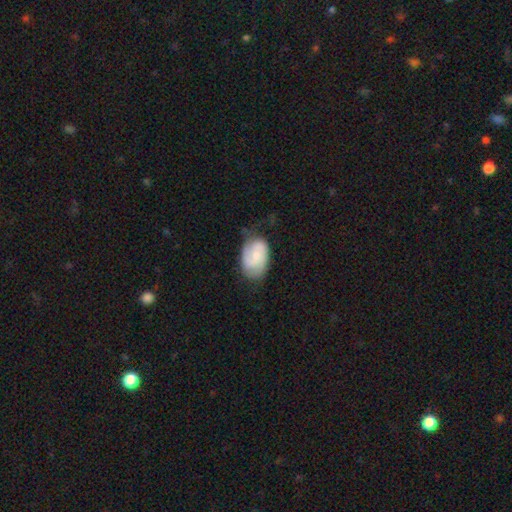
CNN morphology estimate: A featured or disk galaxy (52%) with no bar (58%), spiral arms (85%) and a small central bulge (58%). Merging: none (61%).